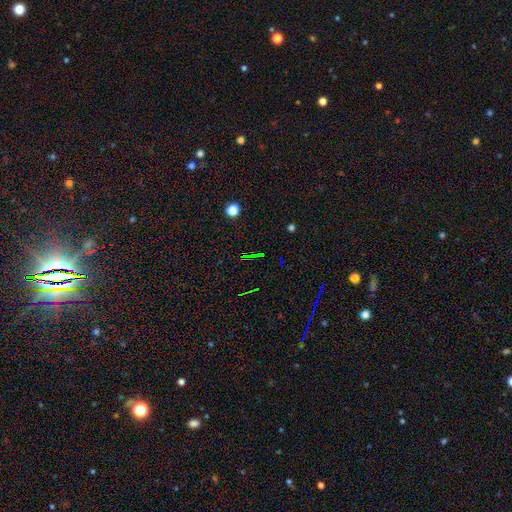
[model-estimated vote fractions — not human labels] Q: Smooth or featured?
A: star or artifact (74%); runner-up: smooth (13%)